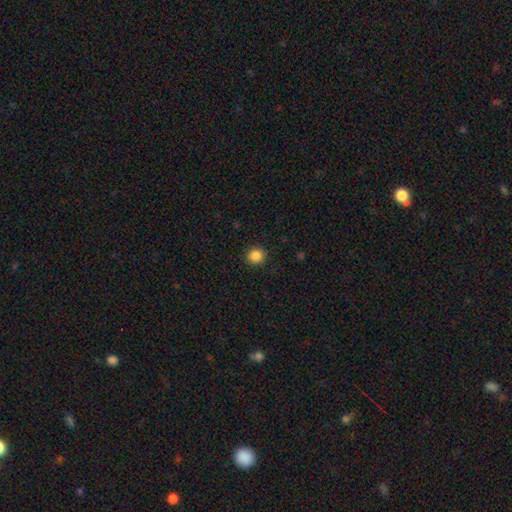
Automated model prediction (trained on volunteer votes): Smooth or featured? smooth (86%)
How rounded? round (93%)
Merging? none (92%)